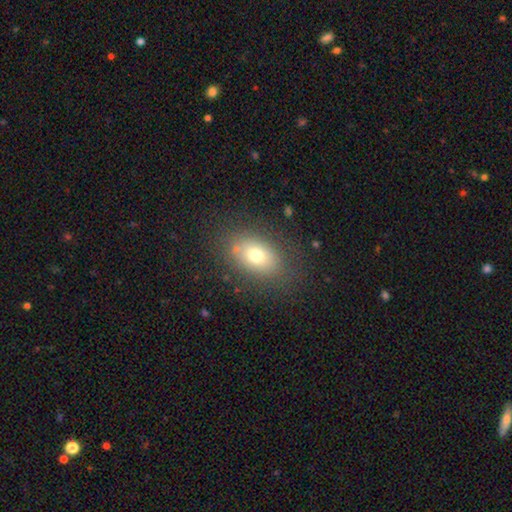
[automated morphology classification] Smooth or featured? Predicted: smooth (p=0.72). How rounded? Predicted: in between (p=0.79). Merging? Predicted: none (p=0.80).